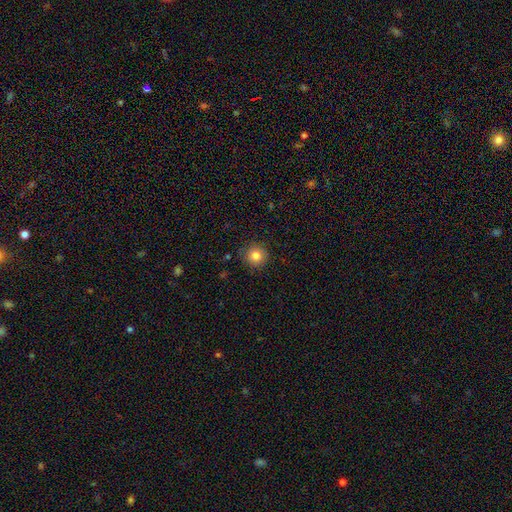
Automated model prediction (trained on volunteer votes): Smooth or featured: smooth — 83% (star or artifact — 11%)
How rounded: round — 94% (in between — 5%)
Merging: none — 88% (minor disturbance — 9%)